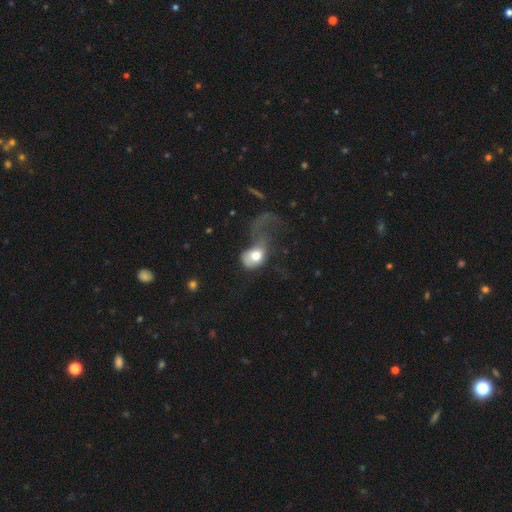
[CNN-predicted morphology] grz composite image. It shows a smooth galaxy with no disk features (68%) that is in between round and cigar-shaped (60%). Merging: major disturbance (71%).